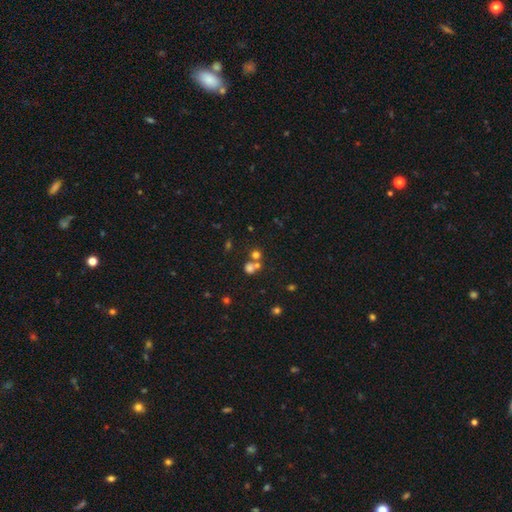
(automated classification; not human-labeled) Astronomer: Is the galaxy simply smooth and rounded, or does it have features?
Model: smooth — 56%.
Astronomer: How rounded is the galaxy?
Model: round — 82%.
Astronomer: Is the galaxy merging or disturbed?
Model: none — 48% (runner-up: merger, 41%).